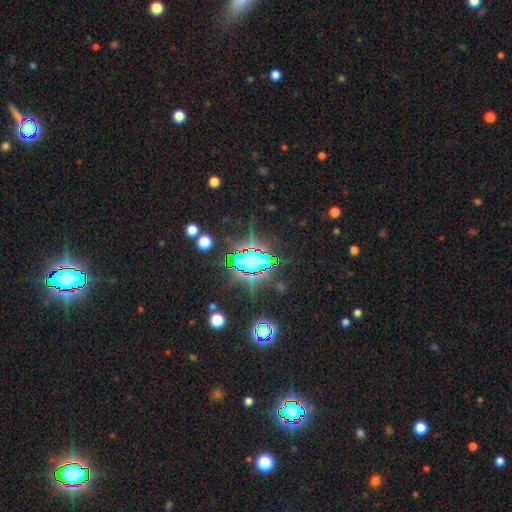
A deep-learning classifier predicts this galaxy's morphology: type=star or artifact (77%).